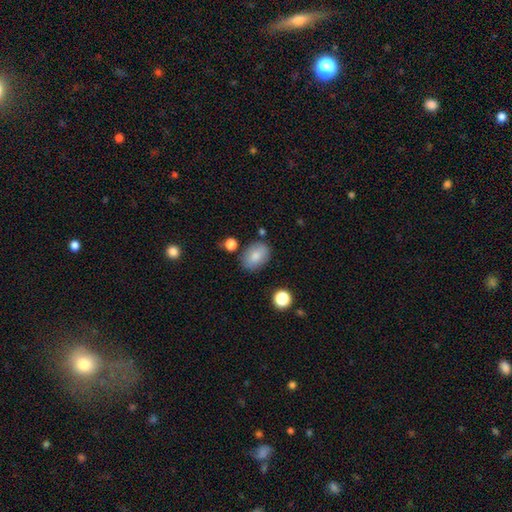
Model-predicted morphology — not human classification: This appears to be a smooth galaxy with no disk features (81%) that is in between round and cigar-shaped (79%). Merging: none (80%).